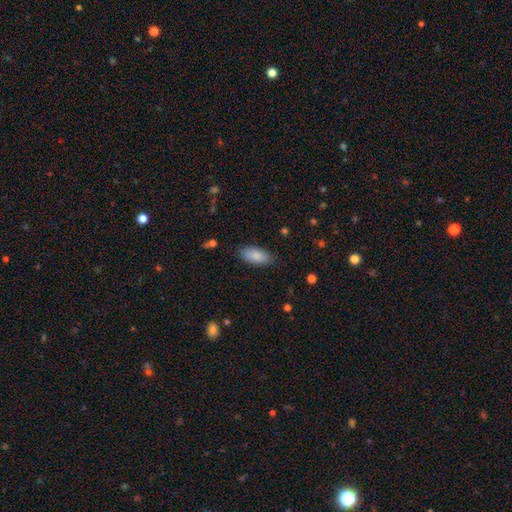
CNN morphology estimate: smooth 87%, featured or disk 7%, star or artifact 6%. Down the decision tree: how rounded — in between (91%); merging — none (84%).